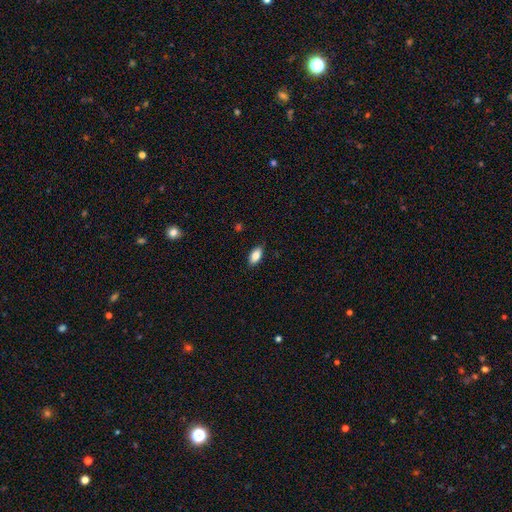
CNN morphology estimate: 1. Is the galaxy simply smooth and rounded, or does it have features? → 85% smooth, 8% featured or disk, 7% star or artifact.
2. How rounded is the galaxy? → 90% in between, 7% cigar-shaped, 3% round.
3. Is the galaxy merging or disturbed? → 86% none, 11% minor disturbance, 2% major disturbance, 1% merger.